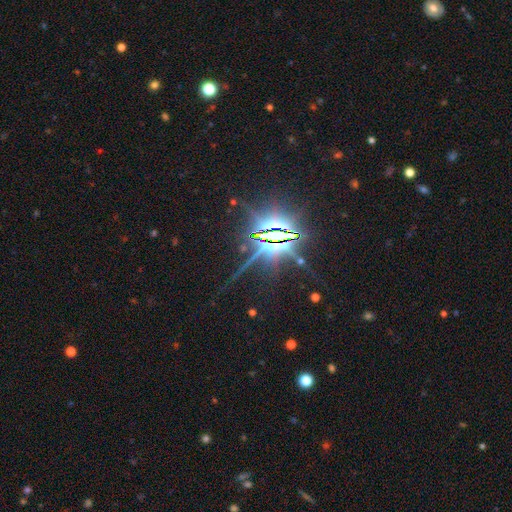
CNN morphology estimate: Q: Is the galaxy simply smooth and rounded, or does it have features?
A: star or artifact — 85%.